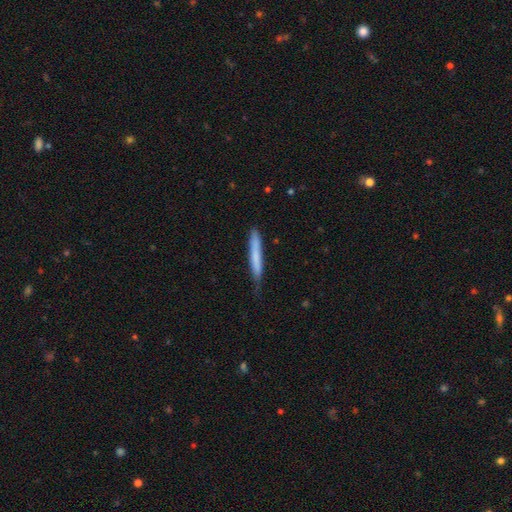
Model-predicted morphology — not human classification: A smooth galaxy with no disk features (70%) that is cigar-shaped (96%). Merging: none (68%).